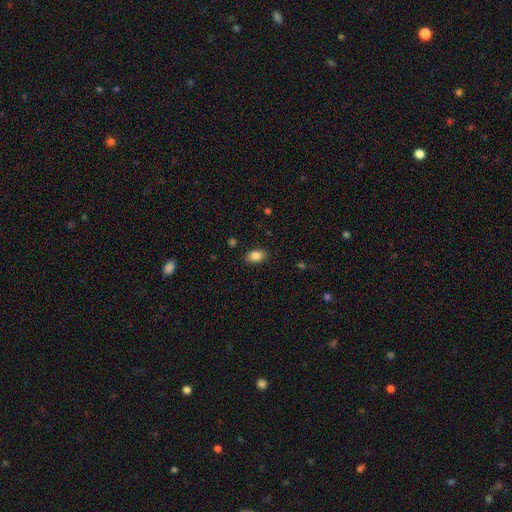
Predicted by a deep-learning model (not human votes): This is clearly a smooth galaxy (86%). How rounded: clearly in between (87%). Merging: clearly none (87%).